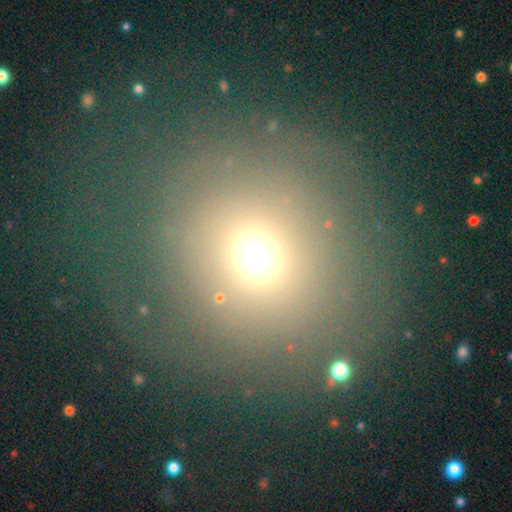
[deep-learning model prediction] Morphology: type=smooth (64%); roundness=round (80%); merging=none (77%).